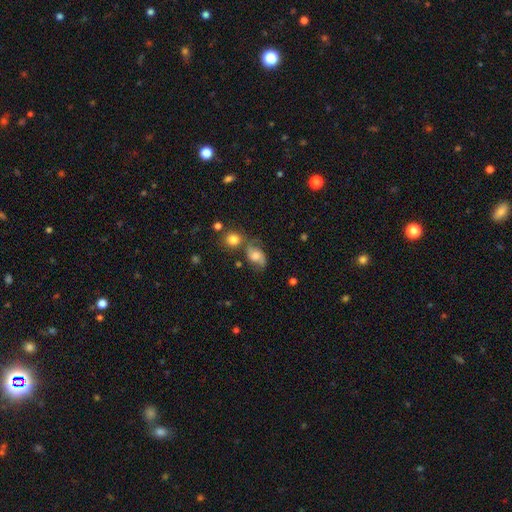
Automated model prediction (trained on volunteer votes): Overall: featured or disk (58%; smooth 32%). Edge-on disk: no (96%). Bar: no (61%; weak 32%). Spiral arms: yes (89%). Bulge size: moderate (45%; large 23%). Merging: none (55%; minor disturbance 21%).